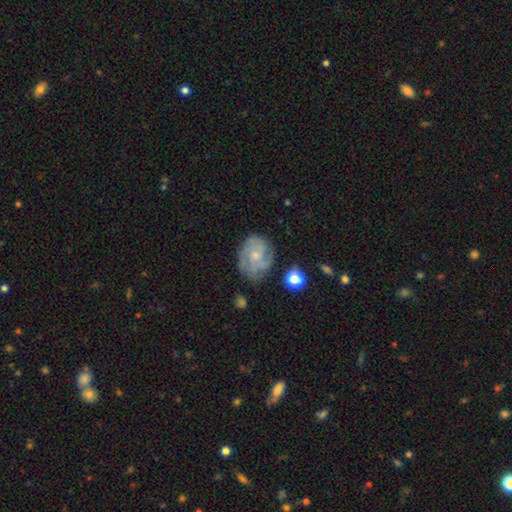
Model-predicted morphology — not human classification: Smooth or featured? featured or disk (69%)
Edge-on disk? no (98%)
Bar? no (75%)
Spiral arms? yes (90%)
Spiral winding? tight (50%)
Spiral arm count? can't tell (31%)
Bulge size? small (65%)
Merging? none (68%)